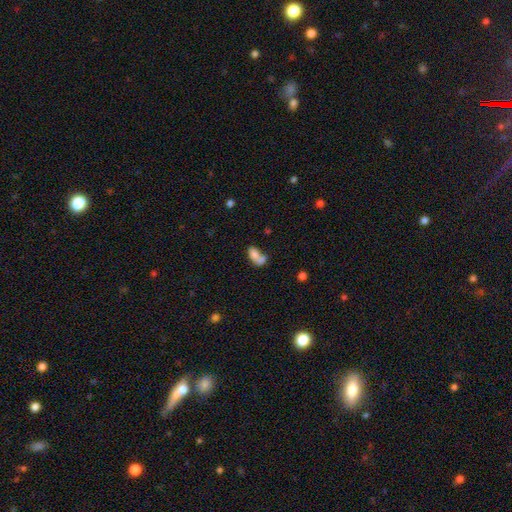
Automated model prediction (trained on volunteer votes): Smooth or featured? smooth (75%)
How rounded? in between (85%)
Merging? merger (64%)